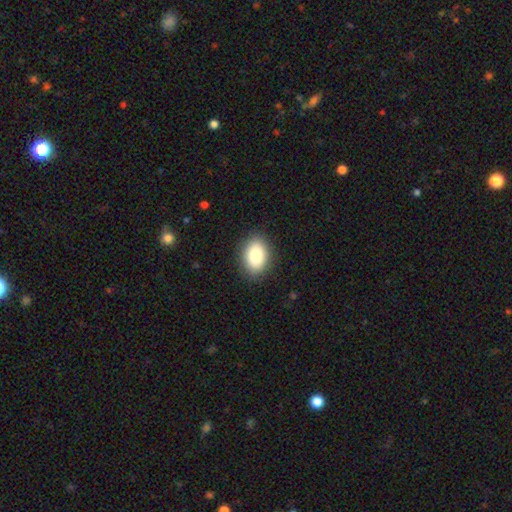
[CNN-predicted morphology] Smooth or featured? smooth (84%)
How rounded? in between (83%)
Merging? none (88%)